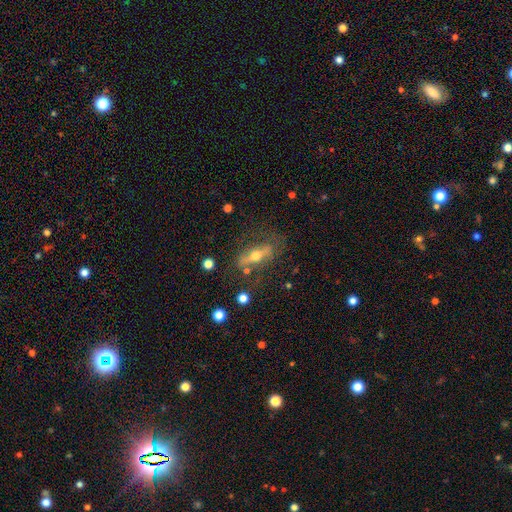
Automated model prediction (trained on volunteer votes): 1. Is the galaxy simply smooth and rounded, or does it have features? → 60% featured or disk, 32% smooth, 8% star or artifact.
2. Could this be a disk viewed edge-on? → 58% yes, 42% no.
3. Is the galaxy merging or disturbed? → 63% none, 18% minor disturbance, 14% major disturbance, 5% merger.